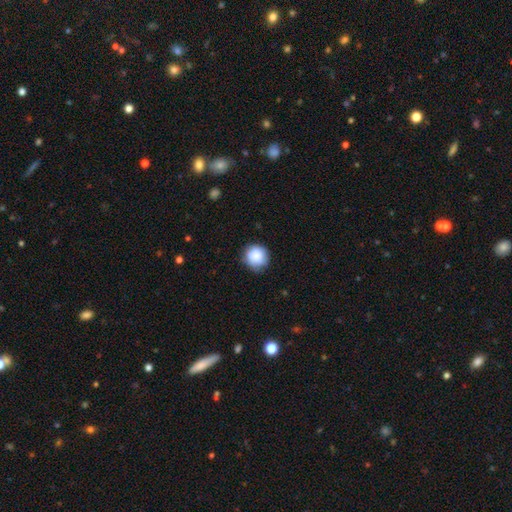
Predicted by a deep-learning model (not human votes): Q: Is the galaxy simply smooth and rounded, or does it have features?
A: smooth — 86%.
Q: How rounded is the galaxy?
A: round — 91%.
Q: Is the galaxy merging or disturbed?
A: none — 77%.